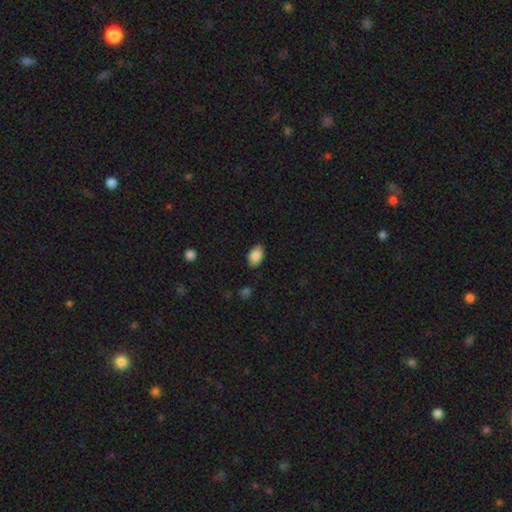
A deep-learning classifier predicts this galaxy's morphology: A smooth galaxy with no disk features (87%) that is in between round and cigar-shaped (91%). Merging: none (85%).